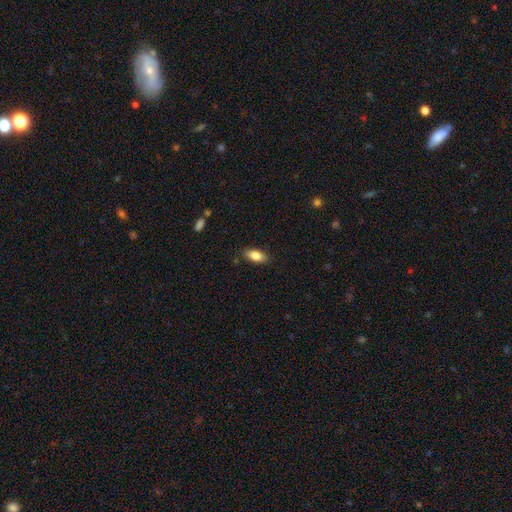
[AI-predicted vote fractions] smooth_or_featured: smooth (p=0.83) [alt: featured or disk p=0.10]
how_rounded: in between (p=0.88) [alt: cigar-shaped p=0.09]
merging: none (p=0.86) [alt: minor disturbance p=0.11]